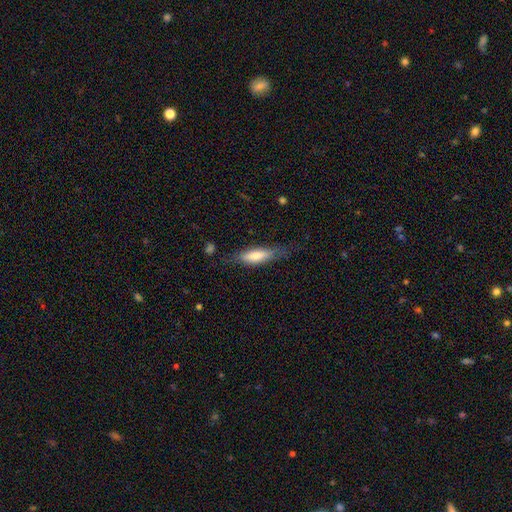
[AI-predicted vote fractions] This is likely a smooth galaxy (66%). How rounded: possibly cigar-shaped (57%). Merging: likely none (68%).